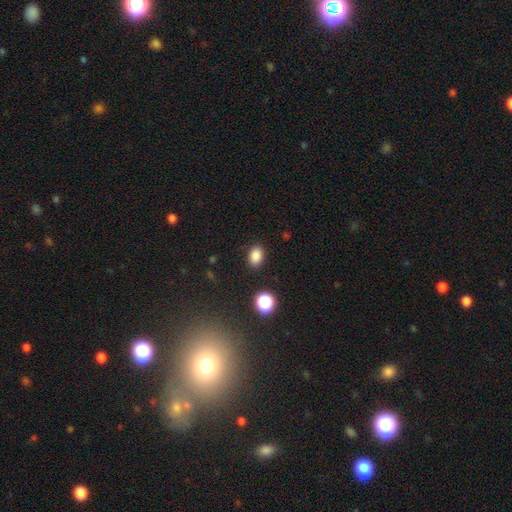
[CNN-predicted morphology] A smooth galaxy with no disk features (84%) that is in between round and cigar-shaped (75%).

Vote fractions:
- Smooth or featured? smooth: 84% / star or artifact: 12% / featured or disk: 4%
- How rounded? in between: 75% / round: 24% / cigar-shaped: 1%
- Merging? none: 86% / minor disturbance: 10% / major disturbance: 3% / merger: 2%